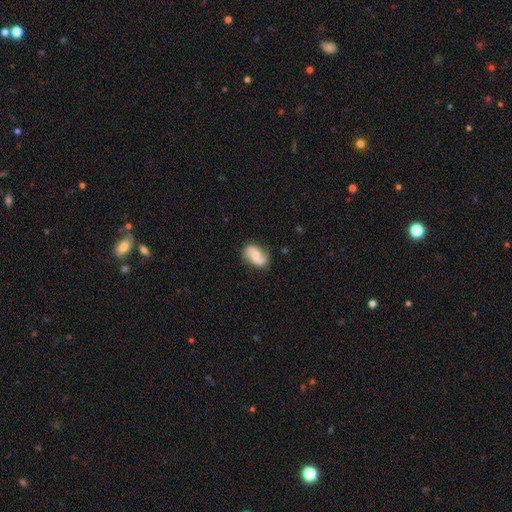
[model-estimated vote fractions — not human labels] This is likely a featured or disk galaxy (62%). It is clearly not viewed edge-on (97%). Bar: possibly no (59%). Spiral arm pattern: clearly yes (91%). Spiral arm count: clearly 2 (90%). Spiral winding: possibly loose (53%). Central bulge: possibly moderate (51%). Merging: likely none (75%).